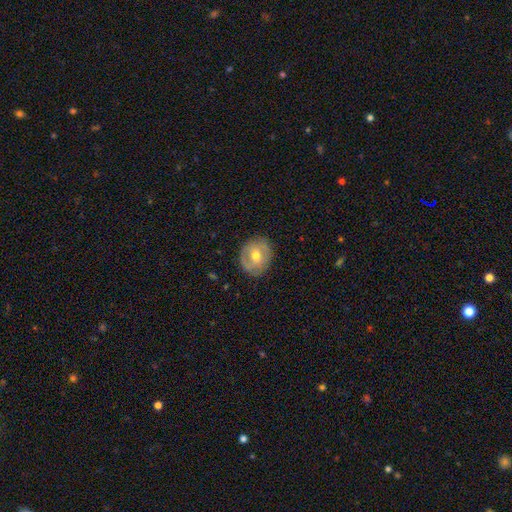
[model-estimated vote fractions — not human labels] This appears to be a featured or disk galaxy (49%). Merging: none (81%).